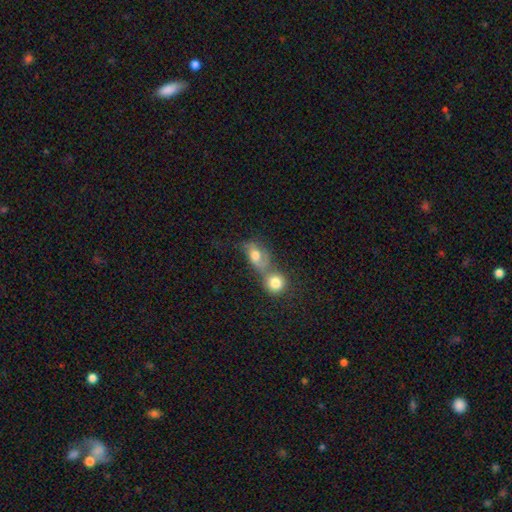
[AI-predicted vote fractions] This is possibly a smooth galaxy (58%). How rounded: likely in between (60%). Merging: possibly merger (55%).